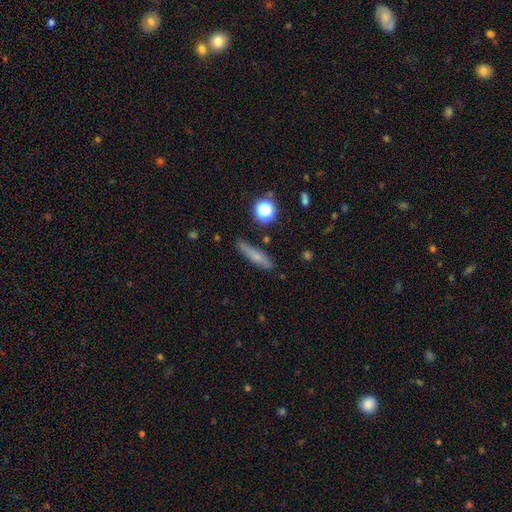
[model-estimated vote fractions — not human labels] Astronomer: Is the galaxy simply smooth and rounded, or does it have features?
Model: smooth — 65%.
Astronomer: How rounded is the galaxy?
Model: cigar-shaped — 80%.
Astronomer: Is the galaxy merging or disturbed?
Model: none — 79%.